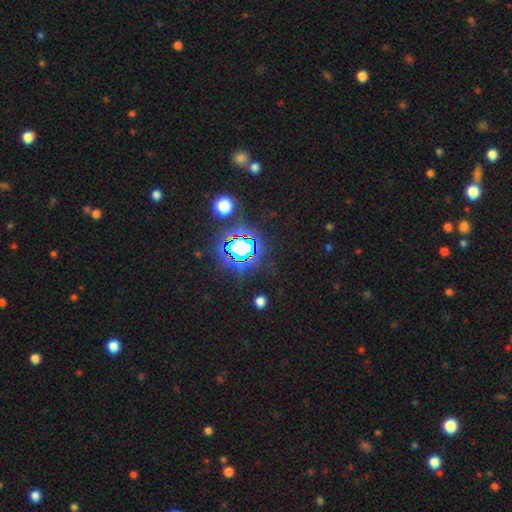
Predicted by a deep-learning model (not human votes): Morphology: type=star or artifact (82%).